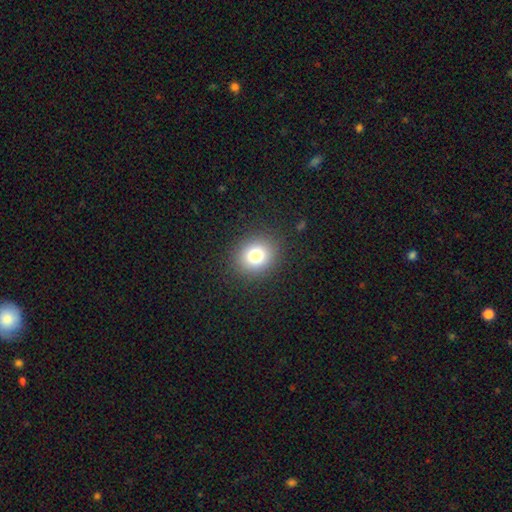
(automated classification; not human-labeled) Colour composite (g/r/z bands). It shows a smooth galaxy with no disk features (78%) that is round (73%). Merging: none (89%).